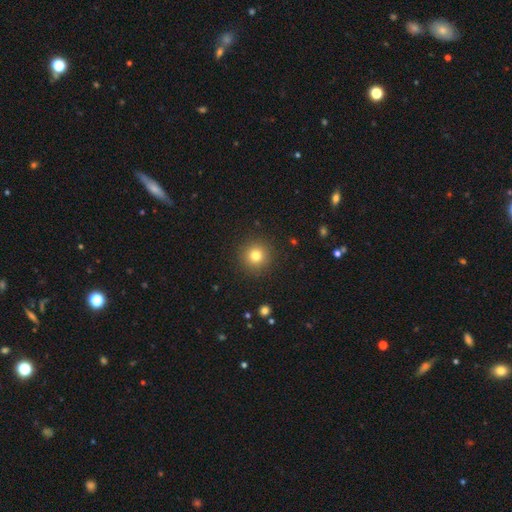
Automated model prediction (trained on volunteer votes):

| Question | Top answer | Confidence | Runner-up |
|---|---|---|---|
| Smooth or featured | smooth | 79% | star or artifact (13%) |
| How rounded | round | 95% | in between (4%) |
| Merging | none | 91% | minor disturbance (6%) |